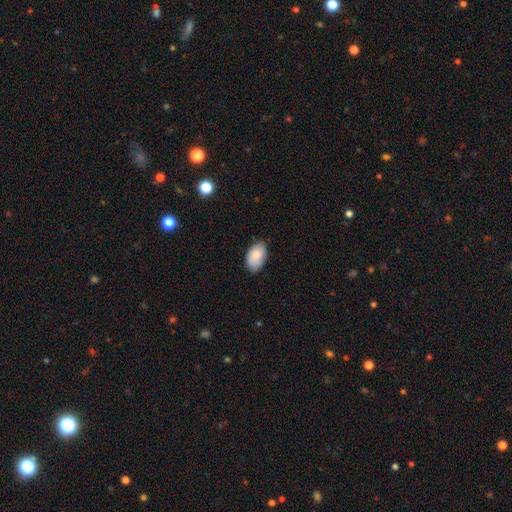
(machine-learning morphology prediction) Smooth or featured?
  - smooth: 82% *
  - featured or disk: 11%
  - star or artifact: 7%
How rounded?
  - in between: 92% *
  - round: 7%
  - cigar-shaped: 1%
Merging?
  - none: 76% *
  - minor disturbance: 20%
  - major disturbance: 3%
  - merger: 1%